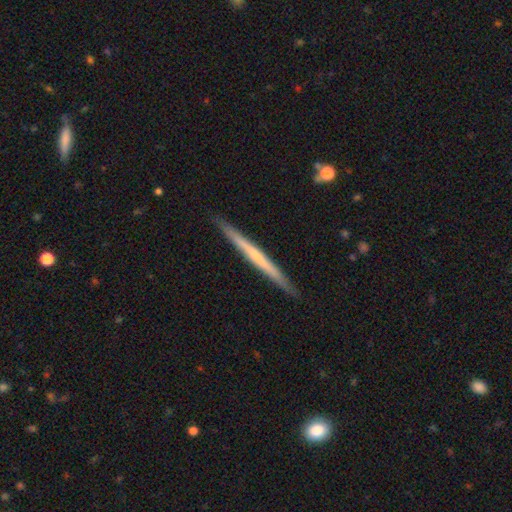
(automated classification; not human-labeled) The model was most divided on "edge-on bulge": none: 64%, rounded: 31%, boxy: 5%. More confident: edge-on disk — yes (98%); merging — none (92%); smooth or featured — featured or disk (65%).